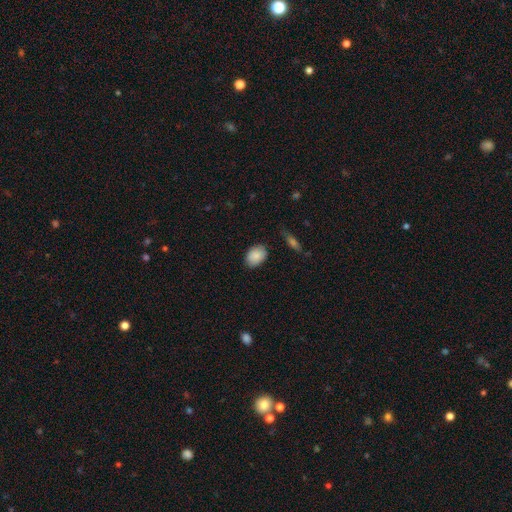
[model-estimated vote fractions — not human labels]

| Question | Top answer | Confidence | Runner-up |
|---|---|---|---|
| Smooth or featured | smooth | 87% | star or artifact (7%) |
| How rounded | in between | 78% | round (21%) |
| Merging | none | 79% | minor disturbance (16%) |